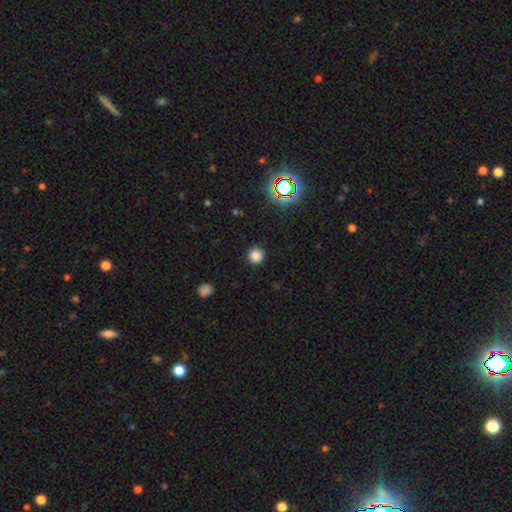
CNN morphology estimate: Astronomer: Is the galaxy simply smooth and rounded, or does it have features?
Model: smooth — 82%.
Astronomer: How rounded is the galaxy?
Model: round — 94%.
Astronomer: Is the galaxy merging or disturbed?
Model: none — 91%.